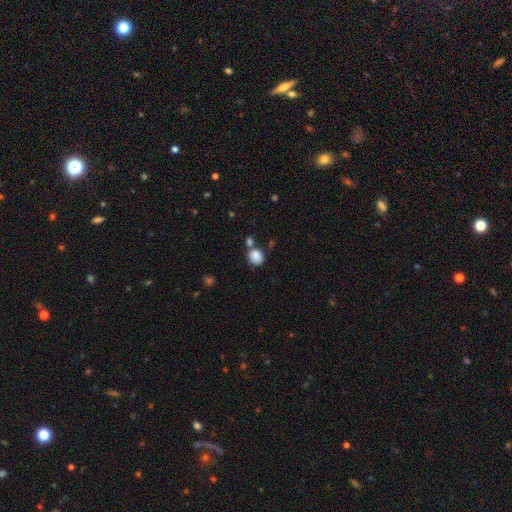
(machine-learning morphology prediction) This is clearly a smooth galaxy (86%). How rounded: likely round (72%). Merging: possibly none (60%).